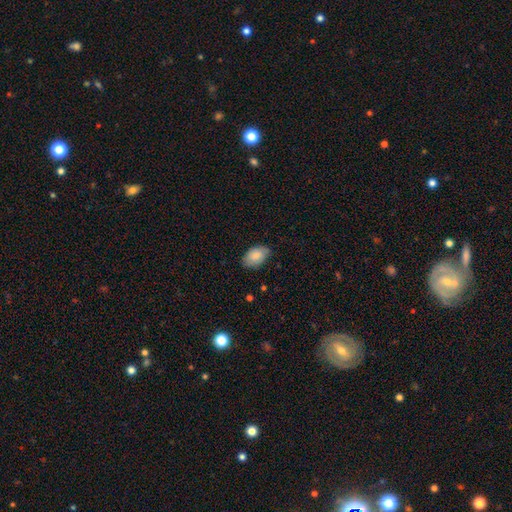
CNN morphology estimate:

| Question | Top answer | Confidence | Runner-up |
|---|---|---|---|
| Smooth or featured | smooth | 83% | featured or disk (11%) |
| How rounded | in between | 91% | round (7%) |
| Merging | none | 75% | minor disturbance (21%) |